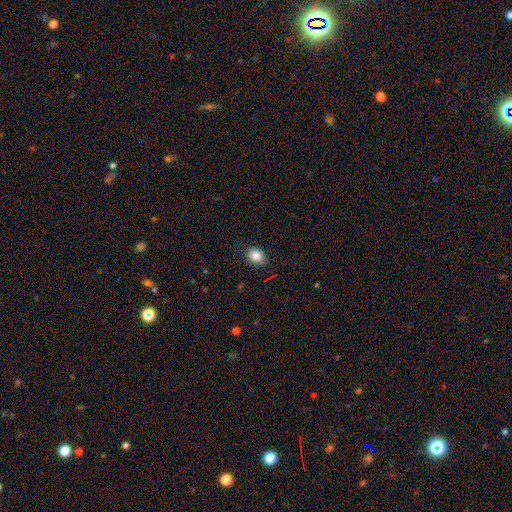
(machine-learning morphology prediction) Smooth or featured: smooth — 85% (star or artifact — 9%)
How rounded: in between — 57% (round — 42%)
Merging: none — 84% (minor disturbance — 12%)